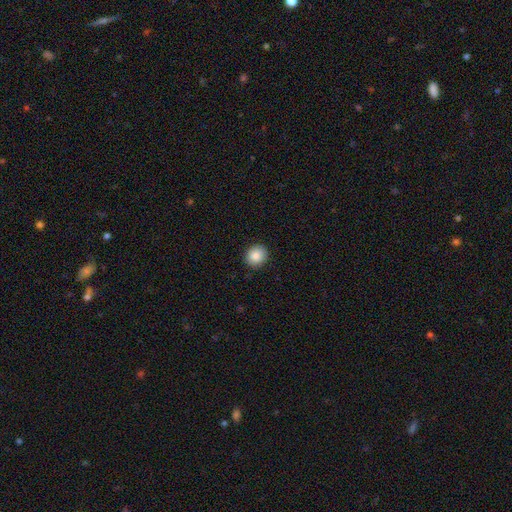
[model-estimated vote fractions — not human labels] This is clearly a smooth galaxy (87%). How rounded: clearly round (84%). Merging: clearly none (90%).